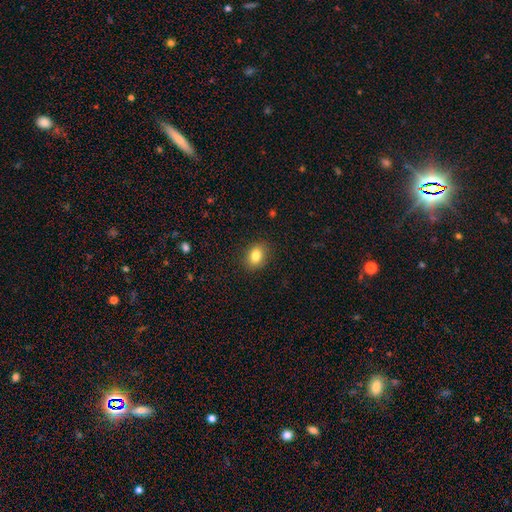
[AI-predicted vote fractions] smooth_or_featured: smooth (p=0.82) [alt: star or artifact p=0.09]
how_rounded: in between (p=0.67) [alt: round p=0.32]
merging: none (p=0.87) [alt: minor disturbance p=0.09]